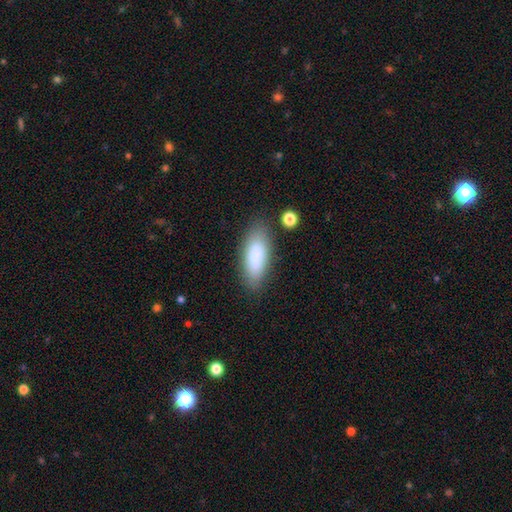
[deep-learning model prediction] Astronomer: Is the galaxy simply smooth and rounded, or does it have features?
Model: smooth — 85%.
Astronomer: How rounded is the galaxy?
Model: in between — 73%.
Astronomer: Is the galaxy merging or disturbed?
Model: none — 82%.